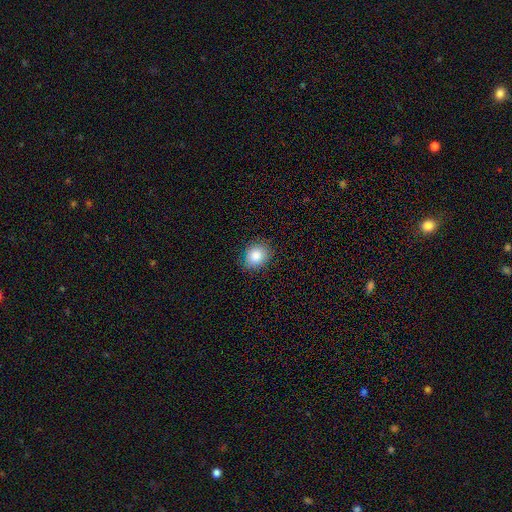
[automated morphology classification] Overall: smooth (85%). How rounded: round (62%; in between 37%). Merging: none (84%).